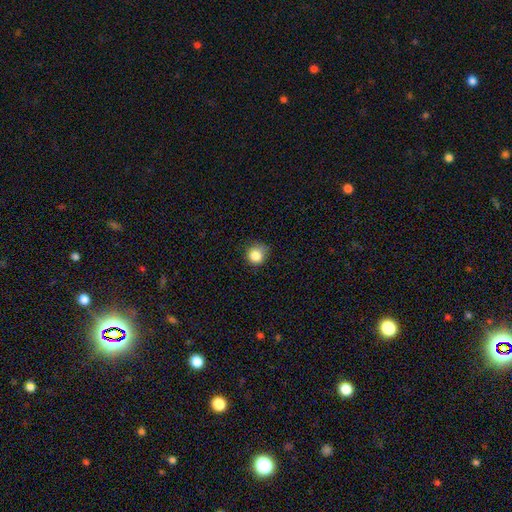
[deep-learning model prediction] This appears to be a smooth galaxy with no disk features (84%) that is round (88%). Merging: none (71%).